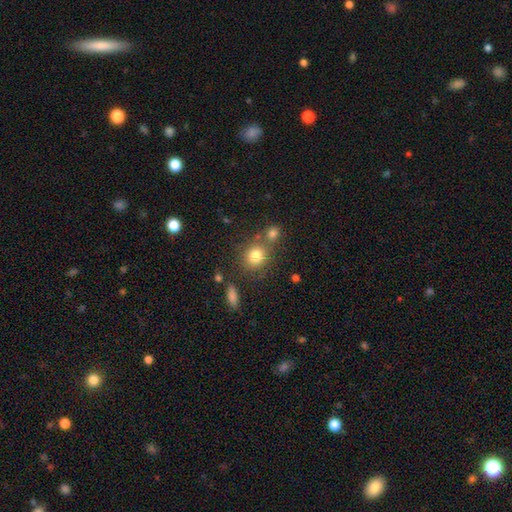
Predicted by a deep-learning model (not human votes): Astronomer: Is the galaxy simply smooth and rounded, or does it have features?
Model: smooth — 79%.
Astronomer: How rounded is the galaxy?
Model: round — 80%.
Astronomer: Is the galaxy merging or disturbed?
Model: none — 64%.